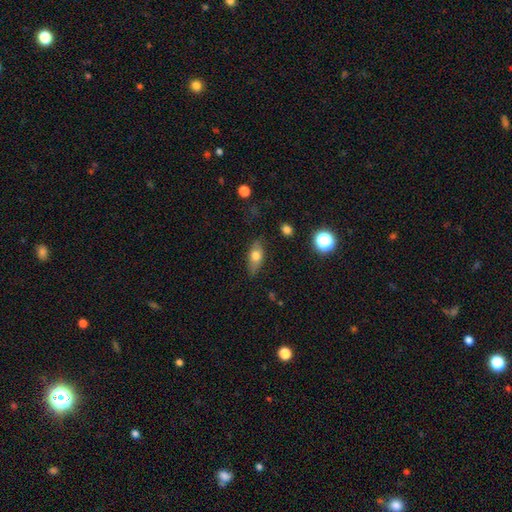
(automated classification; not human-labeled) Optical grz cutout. It shows a smooth galaxy with no disk features (67%) that is in between round and cigar-shaped (76%). Merging: none (77%).